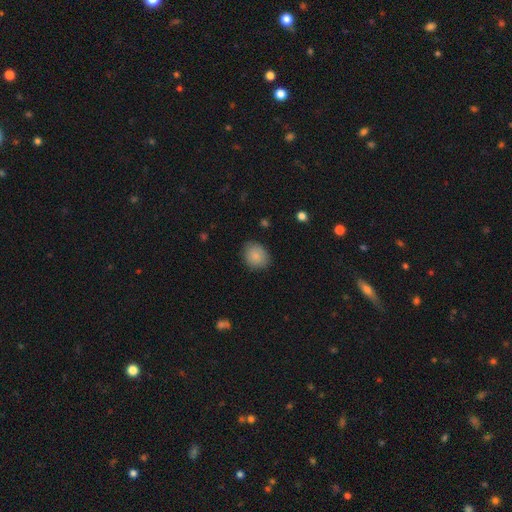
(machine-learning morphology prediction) A smooth galaxy with no disk features (86%) that is round (54%). Merging: none (82%).